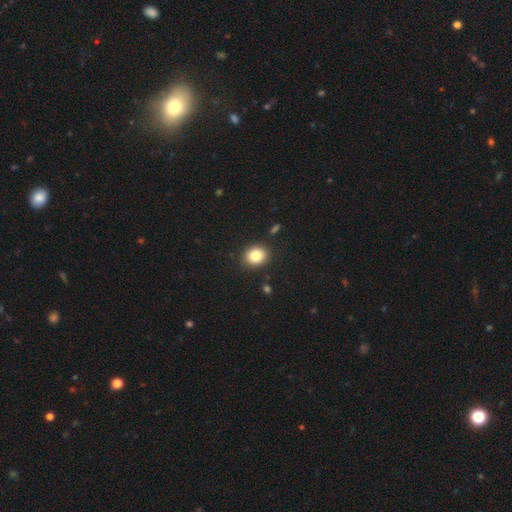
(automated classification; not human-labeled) Smooth or featured: smooth — 83% (star or artifact — 10%)
How rounded: round — 66% (in between — 33%)
Merging: none — 89% (minor disturbance — 7%)